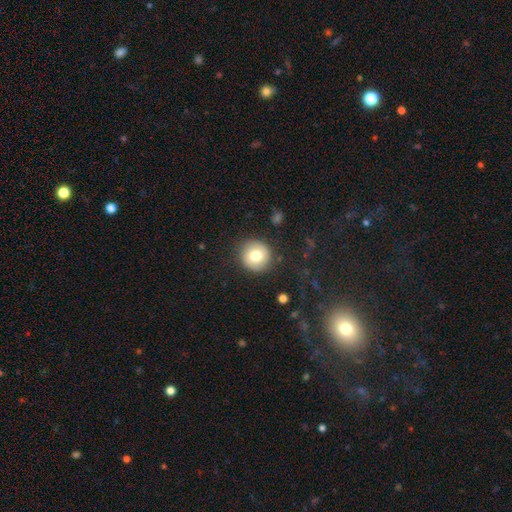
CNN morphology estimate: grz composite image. It shows a smooth galaxy with no disk features (75%) that is round (93%). Merging: none (87%).